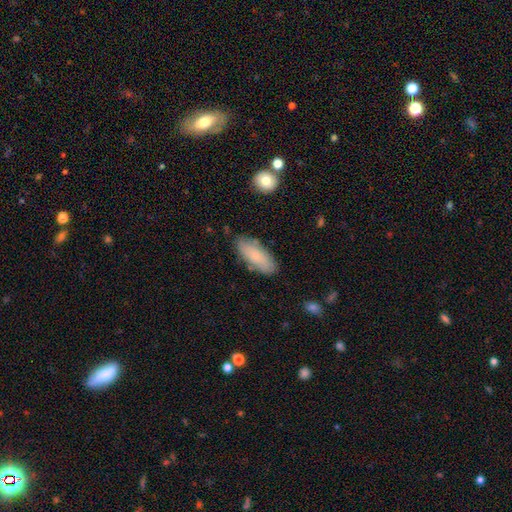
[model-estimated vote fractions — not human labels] Morphology: type=smooth (71%); roundness=in between (80%); merging=none (80%).